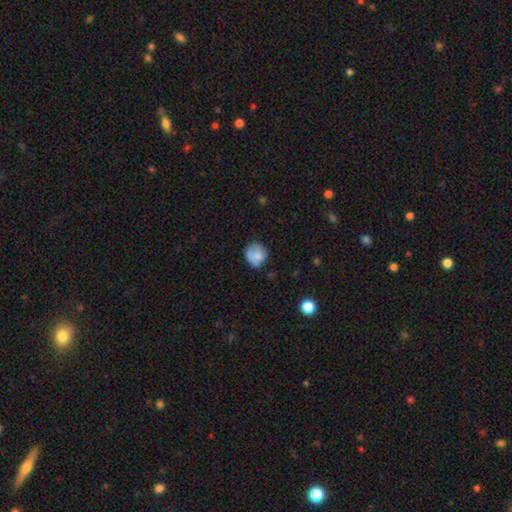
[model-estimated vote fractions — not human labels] smooth 74%, featured or disk 17%, star or artifact 8%. Down the decision tree: how rounded — round (85%); merging — none (63%).